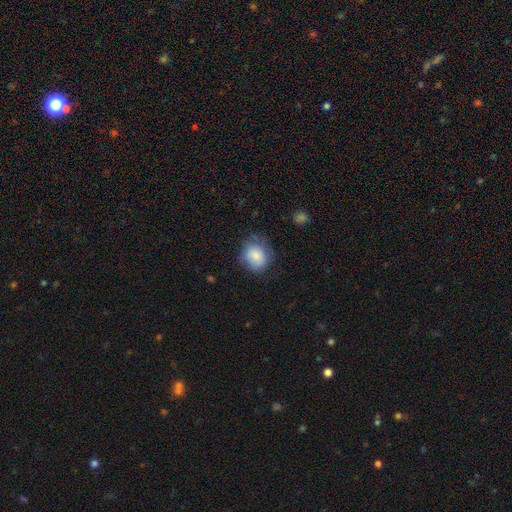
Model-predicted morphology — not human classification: Smooth or featured: smooth — 80% (featured or disk — 12%)
How rounded: round — 66% (in between — 33%)
Merging: none — 64% (minor disturbance — 25%)